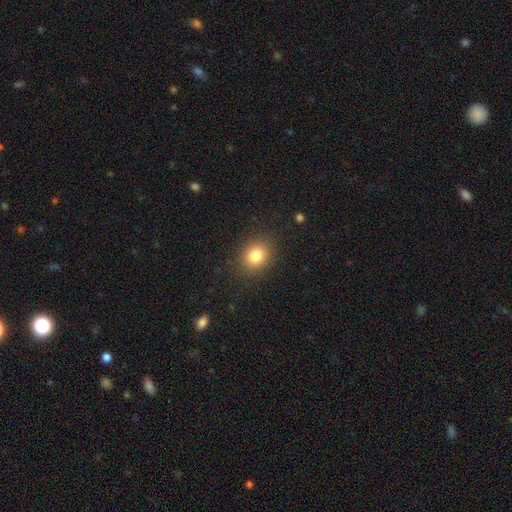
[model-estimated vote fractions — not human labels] Smooth or featured? Predicted: smooth (p=0.82). How rounded? Predicted: round (p=0.63). Merging? Predicted: none (p=0.87).